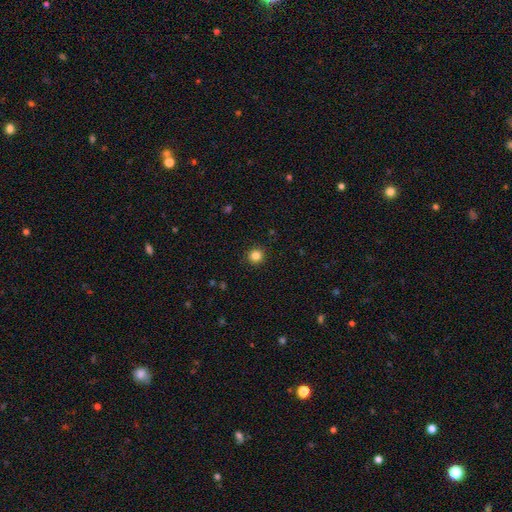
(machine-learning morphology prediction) Smooth or featured: smooth — 84% (star or artifact — 12%)
How rounded: round — 93% (in between — 6%)
Merging: none — 92% (minor disturbance — 6%)